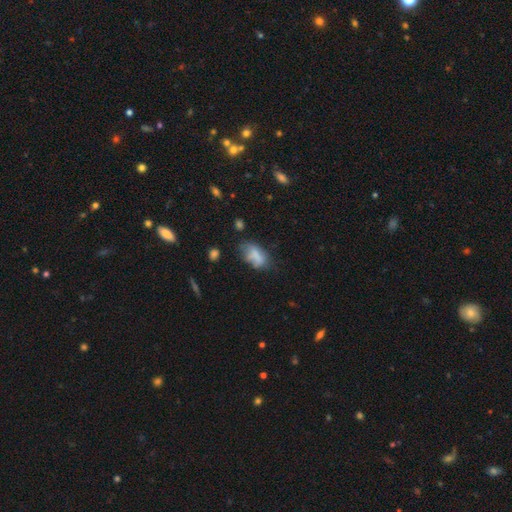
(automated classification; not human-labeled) smooth 72%, featured or disk 18%, star or artifact 10%. Down the decision tree: how rounded — in between (91%); merging — none (44%).